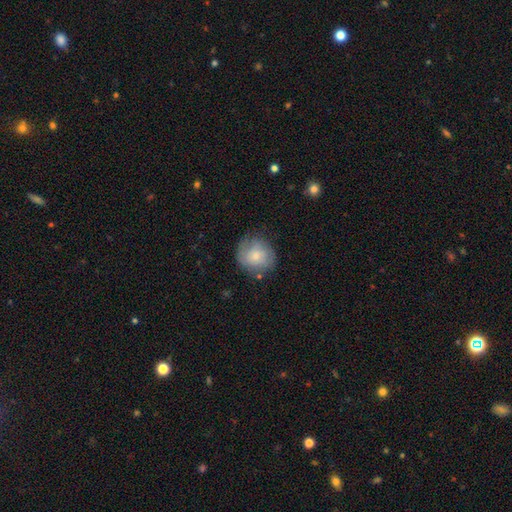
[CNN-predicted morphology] type=smooth (71%); roundness=round (82%); merging=none (67%).